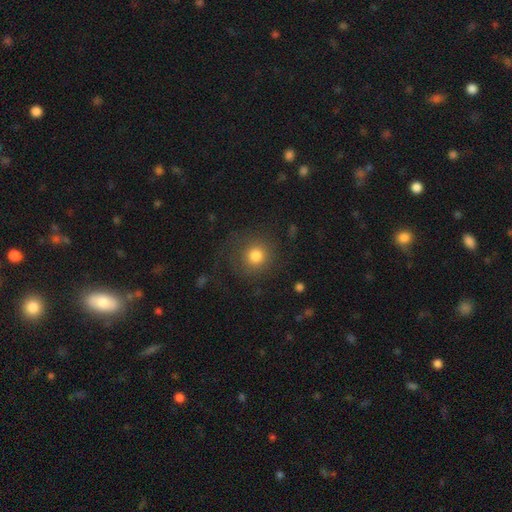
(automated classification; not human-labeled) This is likely a smooth galaxy (78%). How rounded: clearly round (91%). Merging: likely none (77%).